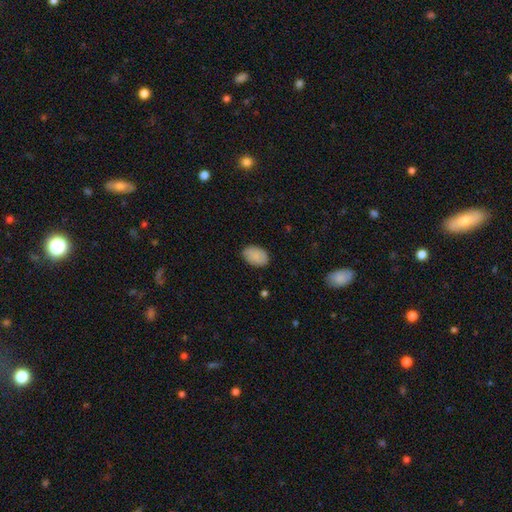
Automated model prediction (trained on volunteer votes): Smooth or featured: smooth — 88% (star or artifact — 7%)
How rounded: in between — 88% (round — 11%)
Merging: none — 84% (minor disturbance — 12%)